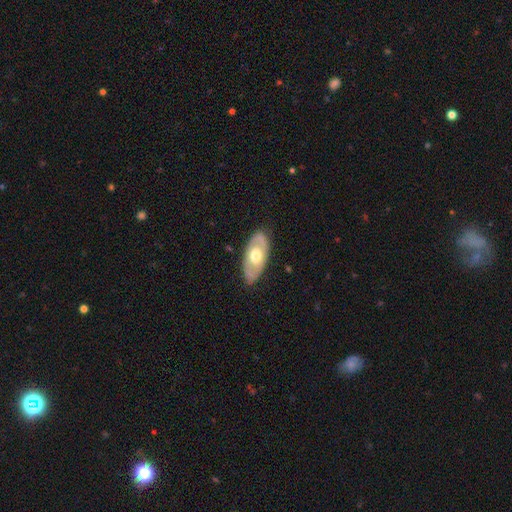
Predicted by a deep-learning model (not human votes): Morphology: type=featured or disk (54%); edge-on=no (84%); merging=none (83%).